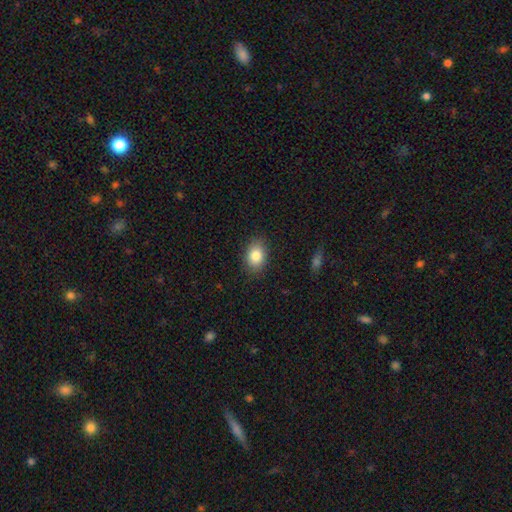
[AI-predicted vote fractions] A smooth galaxy with no disk features (84%) that is in between round and cigar-shaped (77%).

Vote fractions:
- Smooth or featured? smooth: 84% / star or artifact: 8% / featured or disk: 8%
- How rounded? in between: 77% / round: 22% / cigar-shaped: 1%
- Merging? none: 87% / minor disturbance: 10% / major disturbance: 3% / merger: 1%